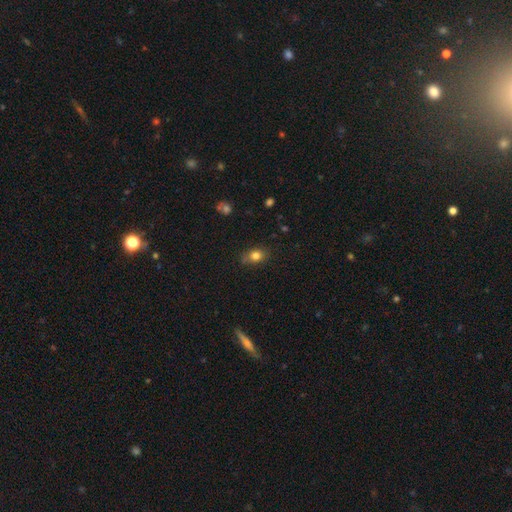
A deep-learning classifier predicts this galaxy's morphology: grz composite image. It shows a smooth galaxy with no disk features (80%) that is in between round and cigar-shaped (68%). Merging: none (73%).